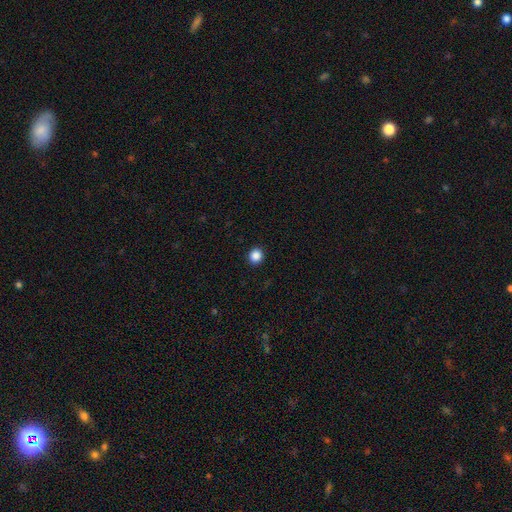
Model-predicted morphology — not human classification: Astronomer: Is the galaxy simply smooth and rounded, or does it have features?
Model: smooth — 88%.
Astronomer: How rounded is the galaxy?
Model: round — 92%.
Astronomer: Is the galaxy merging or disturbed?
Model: none — 93%.